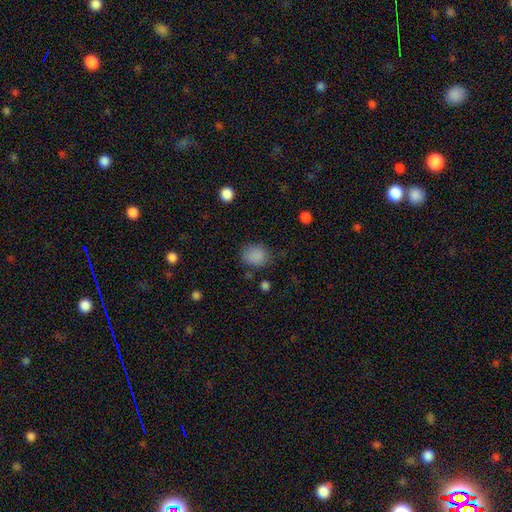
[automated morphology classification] Q: Smooth or featured?
A: smooth (84%); runner-up: star or artifact (11%)
Q: How rounded?
A: round (57%); runner-up: in between (42%)
Q: Merging?
A: none (72%); runner-up: minor disturbance (19%)